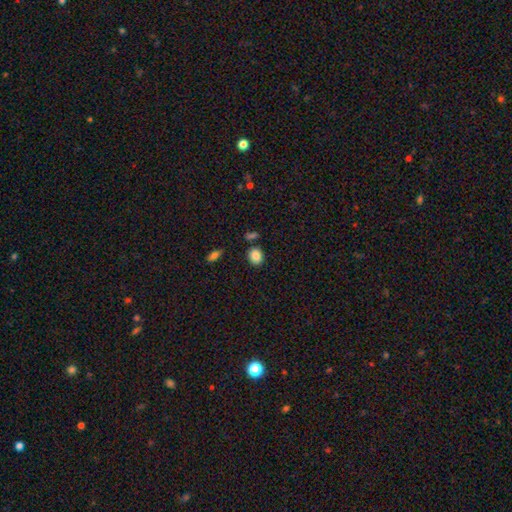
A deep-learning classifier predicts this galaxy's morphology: Q: Smooth or featured?
A: smooth (85%); runner-up: star or artifact (9%)
Q: How rounded?
A: round (51%); runner-up: in between (48%)
Q: Merging?
A: none (79%); runner-up: minor disturbance (11%)